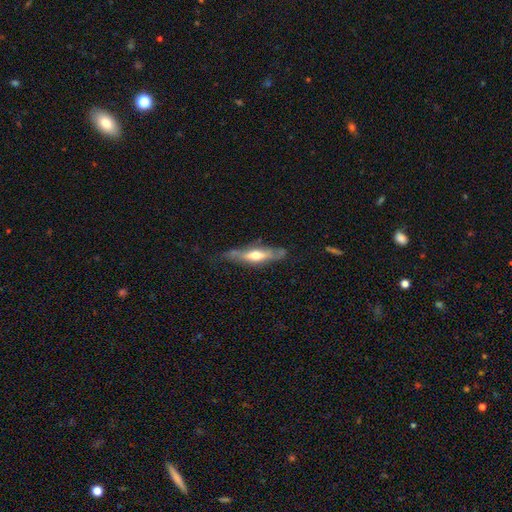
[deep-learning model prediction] smooth-or-featured: featured or disk: 56% | smooth: 38% | star or artifact: 6%
  disk-edge-on: yes: 81% | no: 19%
  merging: none: 64% | minor disturbance: 26% | major disturbance: 8% | merger: 3%